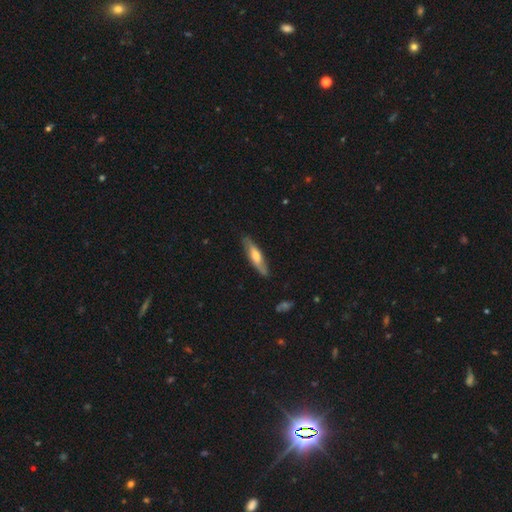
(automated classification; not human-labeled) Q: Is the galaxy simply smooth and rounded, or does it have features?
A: smooth — 53%.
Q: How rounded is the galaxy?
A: cigar-shaped — 75%.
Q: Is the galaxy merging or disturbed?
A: none — 84%.